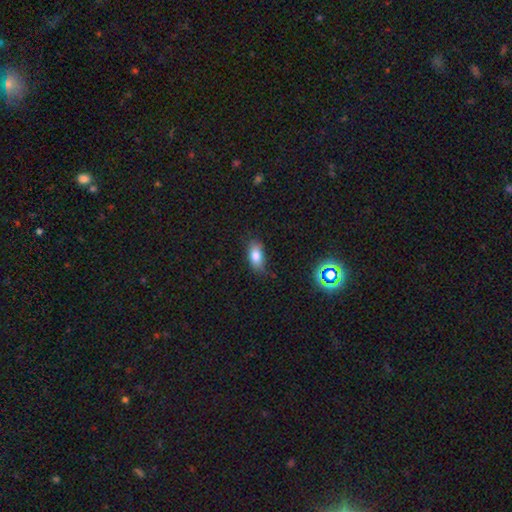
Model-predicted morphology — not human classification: smooth_or_featured: smooth (p=0.80) [alt: star or artifact p=0.10]
how_rounded: in between (p=0.87) [alt: cigar-shaped p=0.06]
merging: none (p=0.73) [alt: minor disturbance p=0.21]